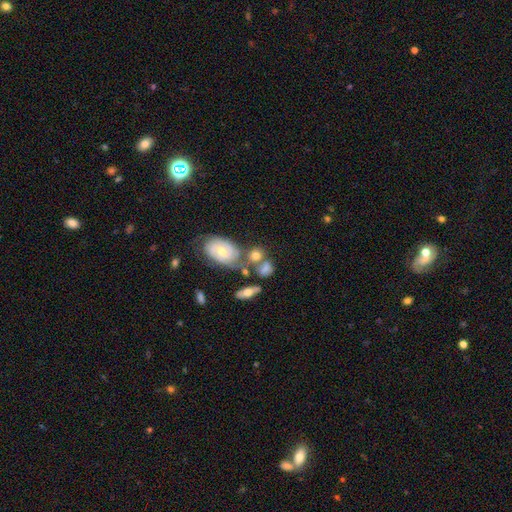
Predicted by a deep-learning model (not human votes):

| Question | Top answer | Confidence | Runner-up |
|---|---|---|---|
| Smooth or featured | smooth | 50% | featured or disk (40%) |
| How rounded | in between | 50% | round (47%) |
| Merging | none | 42% | merger (32%) |